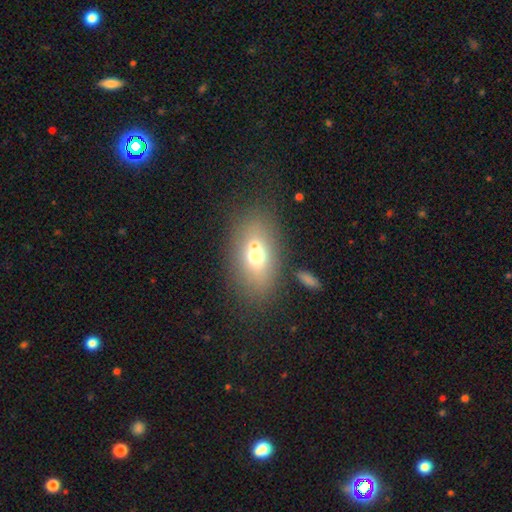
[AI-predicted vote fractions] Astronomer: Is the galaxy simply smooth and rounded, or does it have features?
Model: smooth — 63%.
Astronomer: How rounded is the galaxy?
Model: in between — 75%.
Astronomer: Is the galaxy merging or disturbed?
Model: none — 58%.